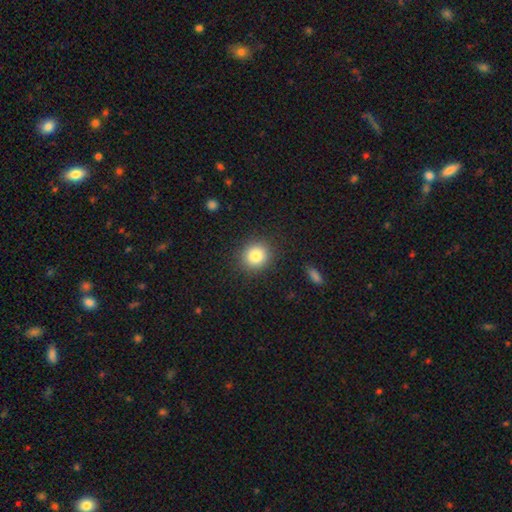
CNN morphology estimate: smooth-or-featured: smooth: 83% | star or artifact: 10% | featured or disk: 7%
  how-rounded: round: 85% | in between: 14% | cigar-shaped: 1%
  merging: none: 89% | minor disturbance: 7% | major disturbance: 3% | merger: 1%